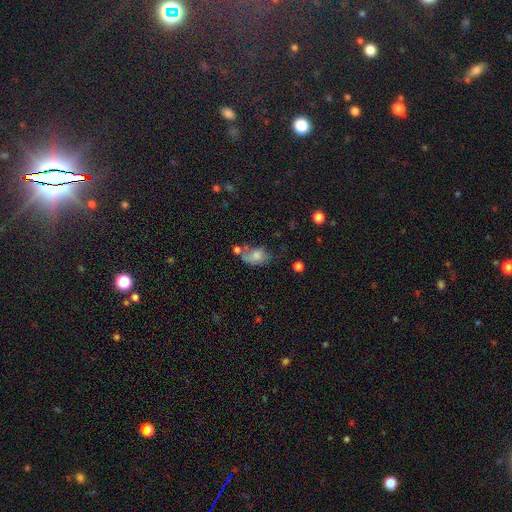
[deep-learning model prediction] smooth-or-featured: smooth: 71% | featured or disk: 18% | star or artifact: 11%
  how-rounded: in between: 82% | round: 16% | cigar-shaped: 2%
  merging: none: 30% | minor disturbance: 26% | merger: 22% | major disturbance: 22%